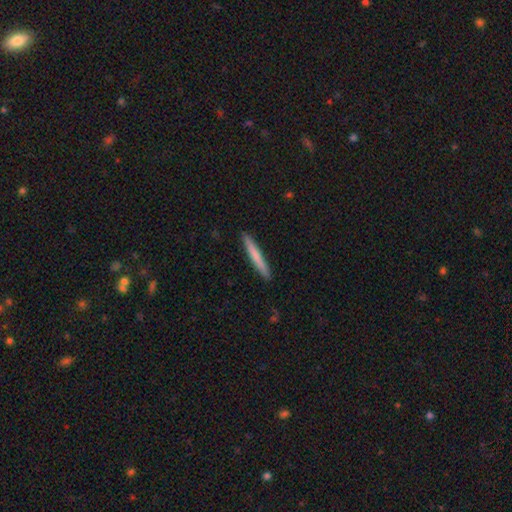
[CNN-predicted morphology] type=smooth (70%); roundness=cigar-shaped (97%); merging=none (92%).